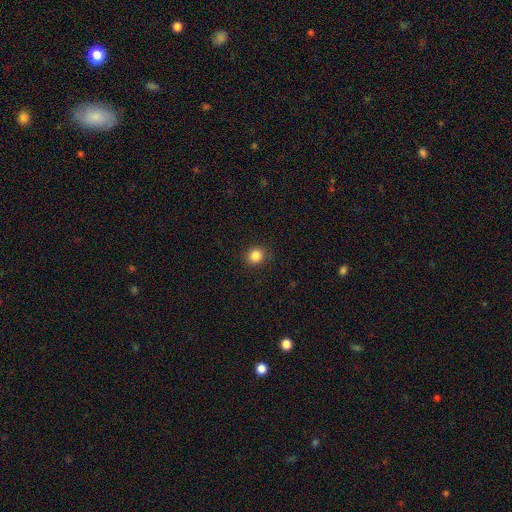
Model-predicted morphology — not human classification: smooth 85%, star or artifact 11%, featured or disk 4%. Down the decision tree: how rounded — round (81%); merging — none (90%).